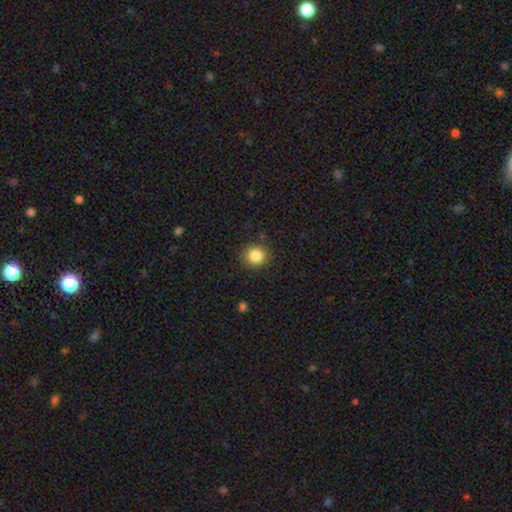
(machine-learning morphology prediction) A smooth galaxy with no disk features (84%) that is round (91%).

Vote fractions:
- Smooth or featured? smooth: 84% / star or artifact: 11% / featured or disk: 5%
- How rounded? round: 91% / in between: 8% / cigar-shaped: 1%
- Merging? none: 88% / minor disturbance: 8% / major disturbance: 3% / merger: 1%